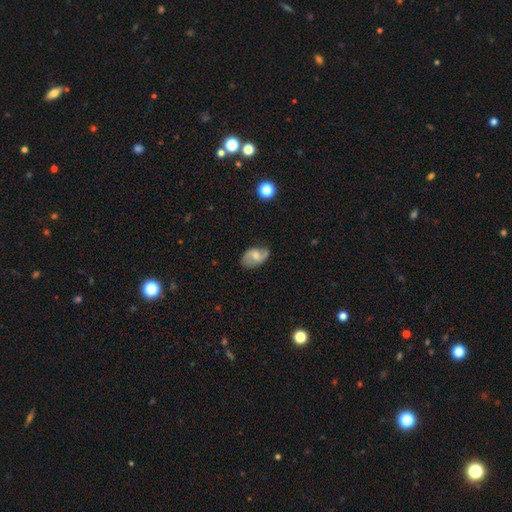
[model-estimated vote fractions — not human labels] The model was most divided on "bar": weak: 47%, no: 43%, strong: 10%. More confident: edge-on disk — no (96%); spiral arms — yes (87%); merging — none (66%); smooth or featured — featured or disk (58%); bulge size — moderate (50%).